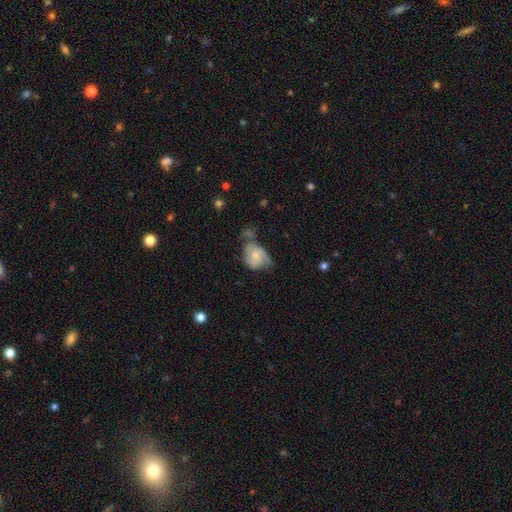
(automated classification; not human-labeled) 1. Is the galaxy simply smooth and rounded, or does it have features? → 51% featured or disk, 42% smooth, 7% star or artifact.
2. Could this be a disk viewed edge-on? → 97% no, 3% yes.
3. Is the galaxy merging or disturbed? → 32% minor disturbance, 30% none, 25% major disturbance, 13% merger.